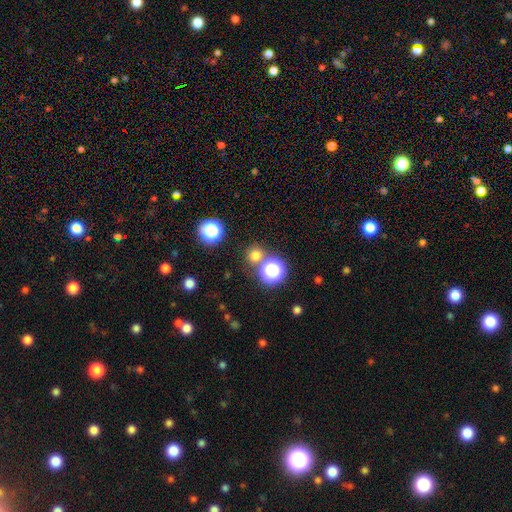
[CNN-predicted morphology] This appears to be a smooth galaxy with no disk features (69%) that is round (92%). Merging: none (74%).